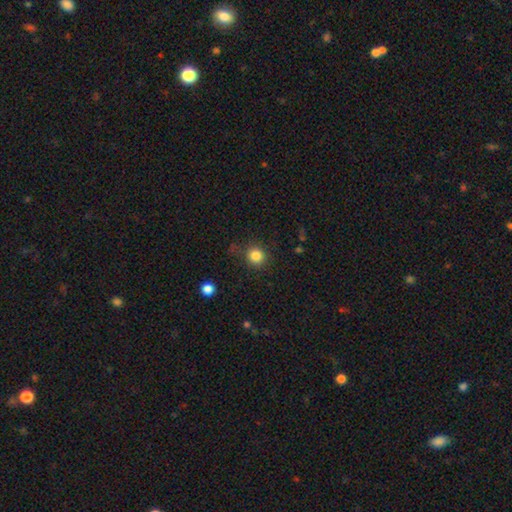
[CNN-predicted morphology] This is clearly a smooth galaxy (84%). How rounded: clearly round (90%). Merging: clearly none (81%).